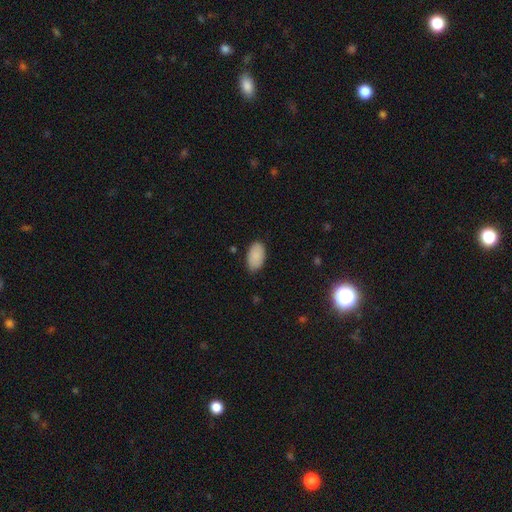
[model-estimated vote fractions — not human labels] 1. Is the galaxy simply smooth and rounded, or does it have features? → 90% smooth, 6% star or artifact, 4% featured or disk.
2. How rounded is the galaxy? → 95% in between, 4% round, 1% cigar-shaped.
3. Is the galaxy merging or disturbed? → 82% none, 15% minor disturbance, 2% major disturbance, 1% merger.